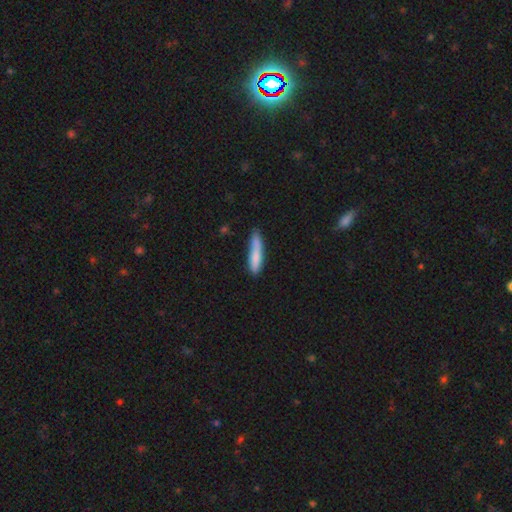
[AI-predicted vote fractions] Overall: smooth (79%). How rounded: cigar-shaped (83%). Merging: none (62%; minor disturbance 26%).